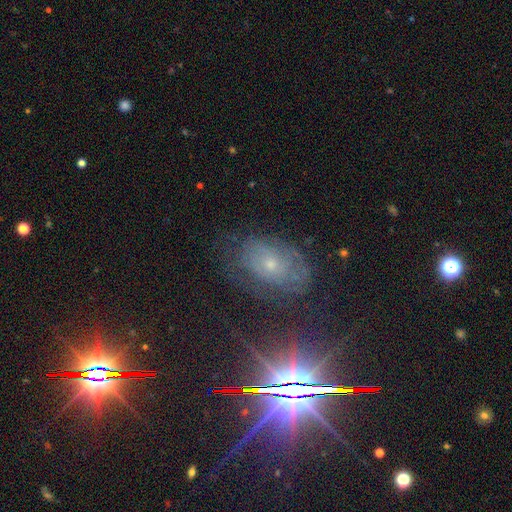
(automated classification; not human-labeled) Overall: featured or disk (52%; star or artifact 25%). Edge-on disk: no (92%). Merging: none (70%).